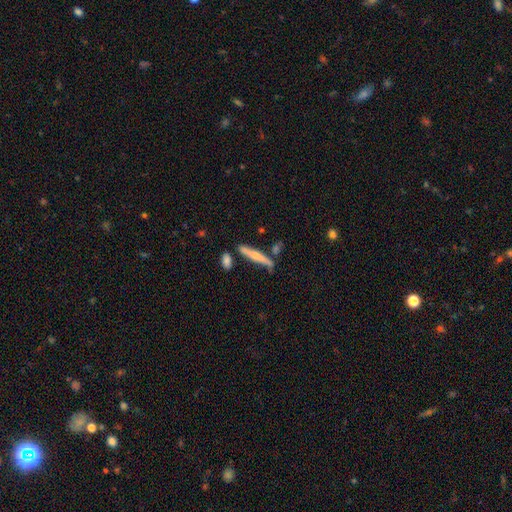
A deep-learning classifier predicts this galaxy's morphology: Smooth or featured? smooth (53%)
How rounded? cigar-shaped (91%)
Merging? none (70%)